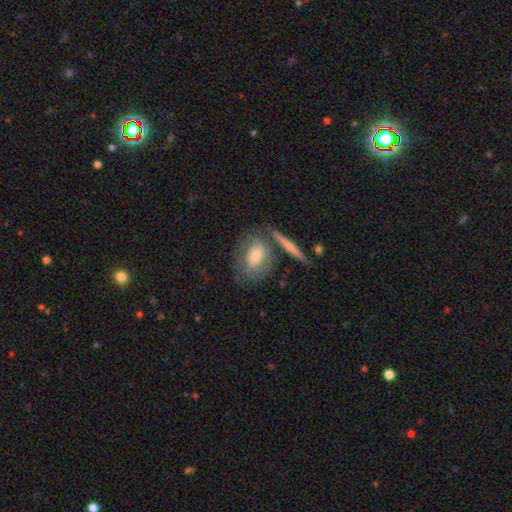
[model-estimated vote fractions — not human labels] This is possibly a smooth galaxy (53%). How rounded: likely in between (64%). Merging: possibly none (59%).